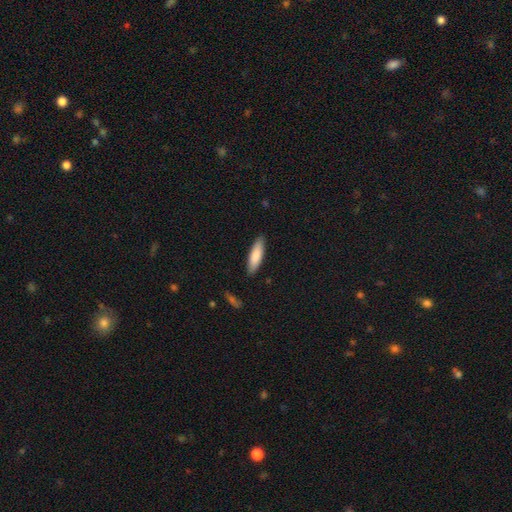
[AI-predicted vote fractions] Morphology: type=smooth (84%); roundness=cigar-shaped (60%); merging=none (88%).